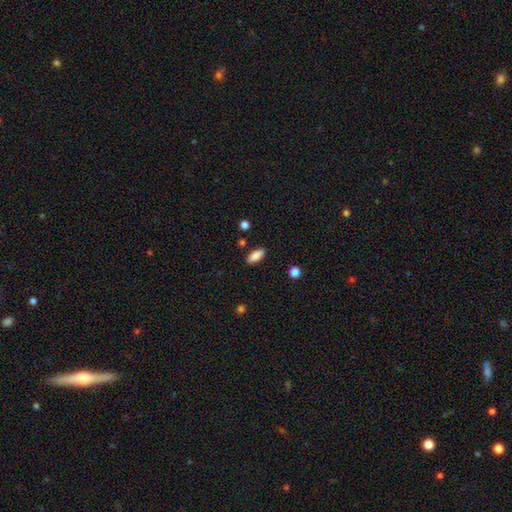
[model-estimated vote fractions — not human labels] smooth_or_featured: smooth (p=0.85) [alt: featured or disk p=0.08]
how_rounded: in between (p=0.80) [alt: cigar-shaped p=0.17]
merging: none (p=0.87) [alt: minor disturbance p=0.09]